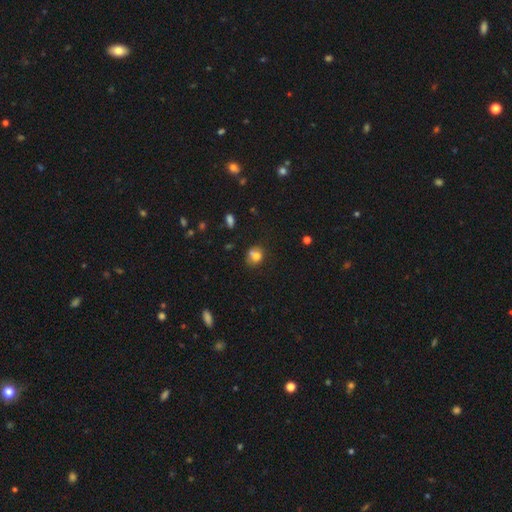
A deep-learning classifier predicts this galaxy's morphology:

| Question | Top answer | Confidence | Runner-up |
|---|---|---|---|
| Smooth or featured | smooth | 74% | featured or disk (14%) |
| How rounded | round | 70% | in between (29%) |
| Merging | none | 46% | merger (30%) |